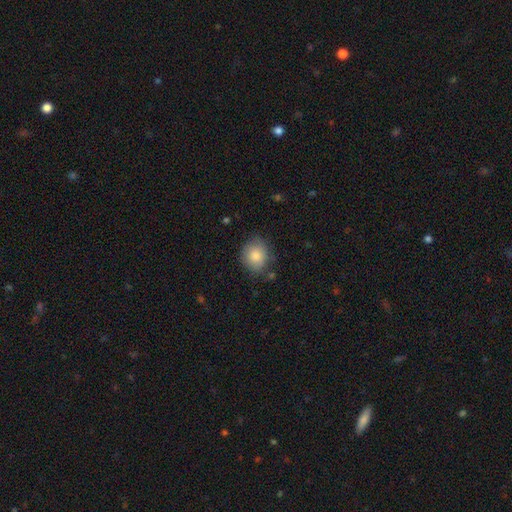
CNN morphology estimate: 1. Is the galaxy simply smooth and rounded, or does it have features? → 83% smooth, 9% featured or disk, 9% star or artifact.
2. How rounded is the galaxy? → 71% round, 28% in between, 1% cigar-shaped.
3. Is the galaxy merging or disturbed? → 78% none, 17% minor disturbance, 3% major disturbance, 2% merger.